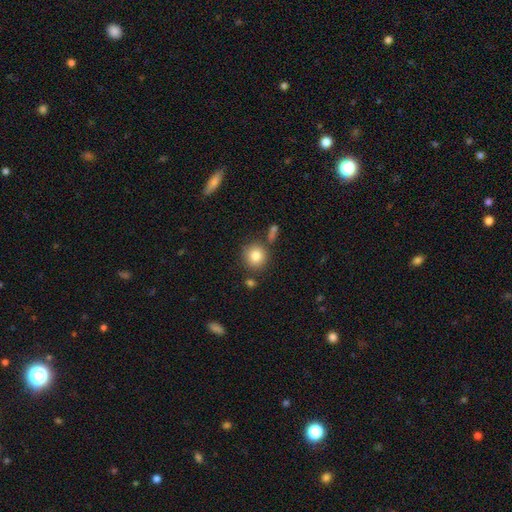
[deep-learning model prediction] Q: Smooth or featured?
A: smooth (83%); runner-up: star or artifact (9%)
Q: How rounded?
A: round (90%); runner-up: in between (9%)
Q: Merging?
A: none (78%); runner-up: minor disturbance (10%)